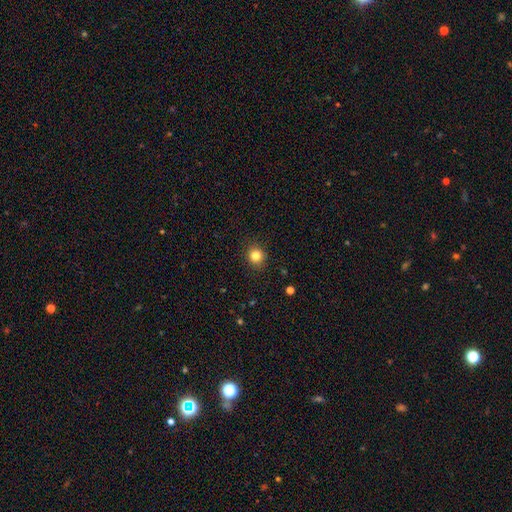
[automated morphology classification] A smooth galaxy with no disk features (82%) that is round (85%).

Vote fractions:
- Smooth or featured? smooth: 82% / star or artifact: 12% / featured or disk: 6%
- How rounded? round: 85% / in between: 14% / cigar-shaped: 1%
- Merging? none: 90% / minor disturbance: 7% / major disturbance: 2% / merger: 1%